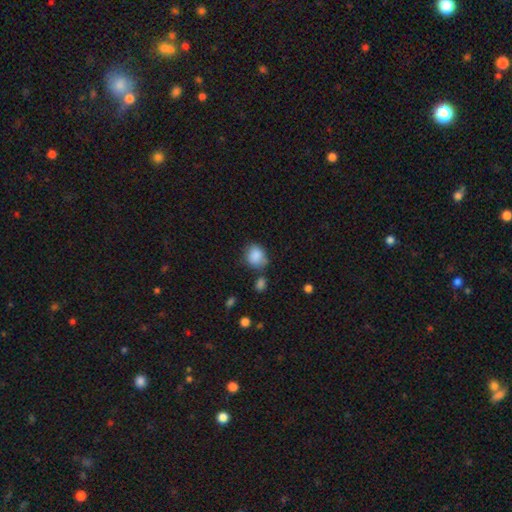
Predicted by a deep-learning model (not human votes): A smooth galaxy with no disk features (86%) that is round (62%).

Vote fractions:
- Smooth or featured? smooth: 86% / star or artifact: 8% / featured or disk: 5%
- How rounded? round: 62% / in between: 37% / cigar-shaped: 1%
- Merging? none: 60% / minor disturbance: 24% / merger: 10% / major disturbance: 6%